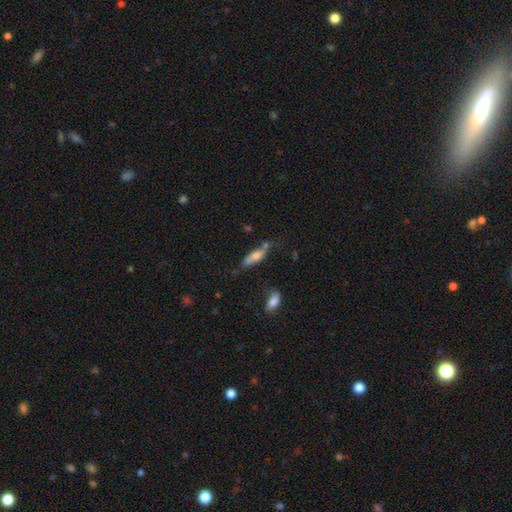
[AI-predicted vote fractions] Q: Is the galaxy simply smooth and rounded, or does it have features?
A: smooth — 62%.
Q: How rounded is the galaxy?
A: cigar-shaped — 59%.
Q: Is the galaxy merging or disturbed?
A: none — 51%.